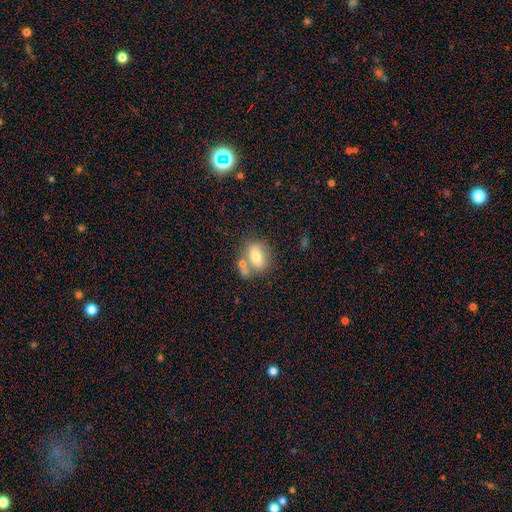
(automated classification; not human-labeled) This appears to be a smooth galaxy with no disk features (70%) that is in between round and cigar-shaped (66%). Merging: none (50%).